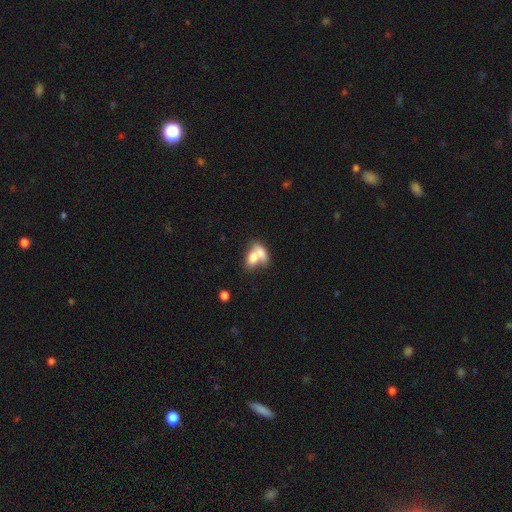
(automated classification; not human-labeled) smooth-or-featured: smooth: 72% | featured or disk: 21% | star or artifact: 7%
  how-rounded: in between: 79% | round: 16% | cigar-shaped: 5%
  merging: merger: 70% | none: 17% | minor disturbance: 7% | major disturbance: 6%